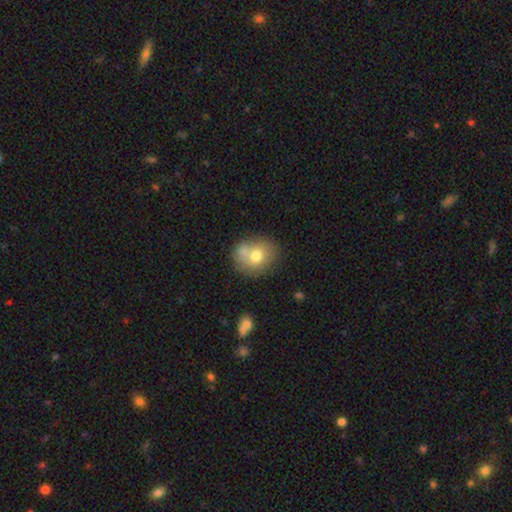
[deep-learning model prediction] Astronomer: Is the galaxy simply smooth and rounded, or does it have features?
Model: smooth — 72%.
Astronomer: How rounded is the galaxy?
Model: round — 69%.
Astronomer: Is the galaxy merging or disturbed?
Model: none — 52%.